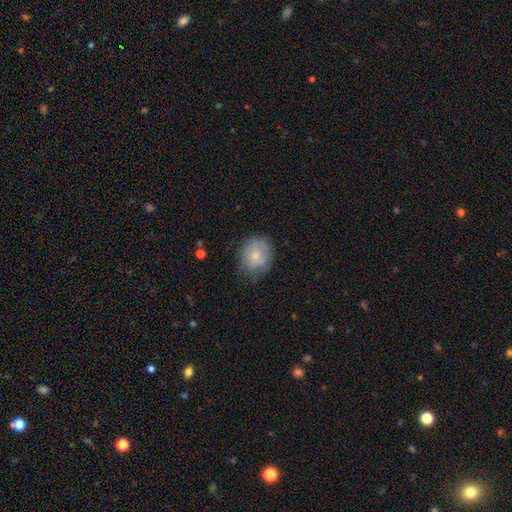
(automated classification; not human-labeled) Q: Smooth or featured?
A: smooth (62%); runner-up: featured or disk (30%)
Q: How rounded?
A: round (71%); runner-up: in between (29%)
Q: Merging?
A: none (60%); runner-up: minor disturbance (28%)